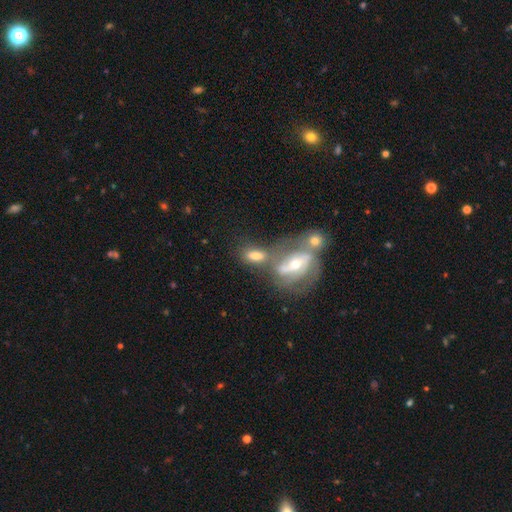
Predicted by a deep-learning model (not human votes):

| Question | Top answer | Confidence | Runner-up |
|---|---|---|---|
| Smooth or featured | smooth | 58% | featured or disk (33%) |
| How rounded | in between | 81% | round (11%) |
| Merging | merger | 40% | tied: none (40%) |